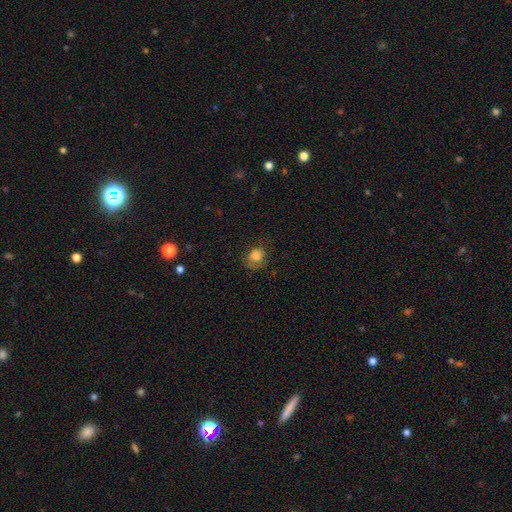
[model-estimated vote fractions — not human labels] A smooth galaxy with no disk features (77%) that is round (61%). Merging: none (51%).